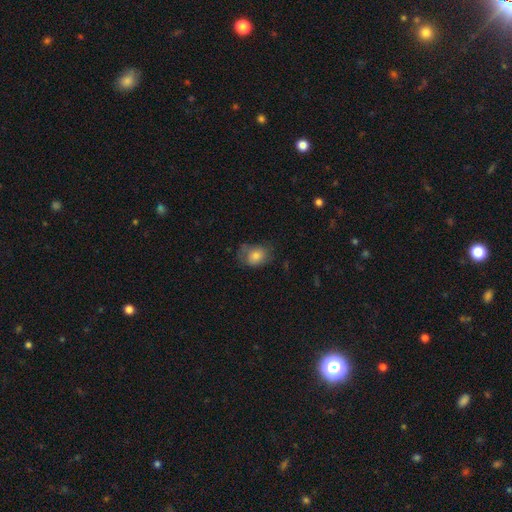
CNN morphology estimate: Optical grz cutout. It shows a smooth galaxy with no disk features (76%) that is in between round and cigar-shaped (63%). Merging: none (50%).